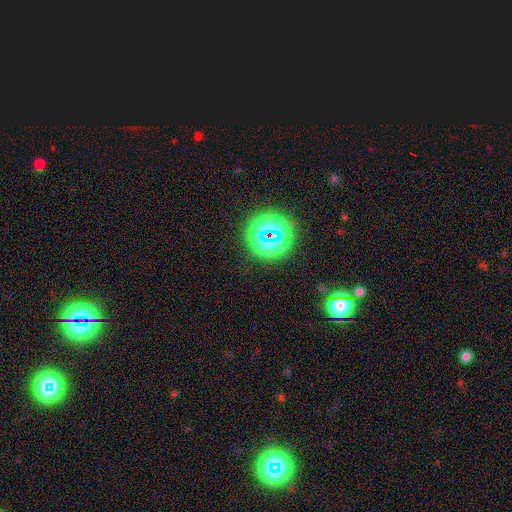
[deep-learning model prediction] smooth_or_featured: star or artifact (p=0.79) [alt: smooth p=0.14]